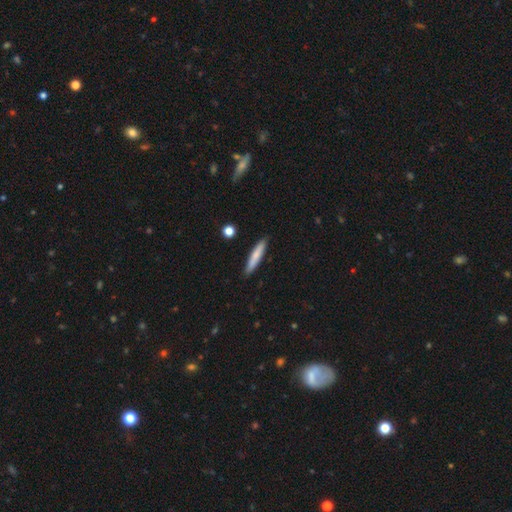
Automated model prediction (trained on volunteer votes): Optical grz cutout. It shows a smooth galaxy with no disk features (76%) that is cigar-shaped (90%). Merging: none (88%).